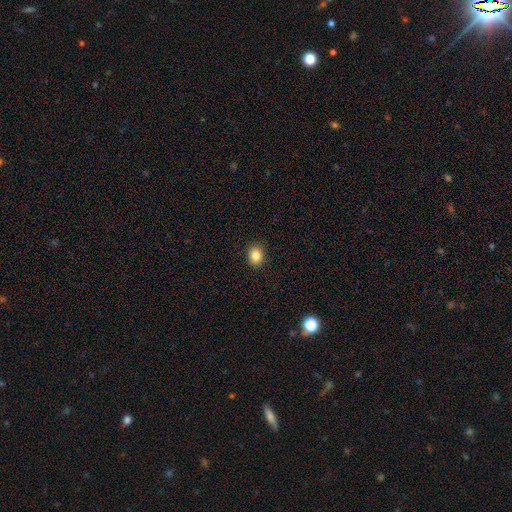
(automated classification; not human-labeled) A smooth galaxy with no disk features (86%) that is round (56%).

Vote fractions:
- Smooth or featured? smooth: 86% / star or artifact: 10% / featured or disk: 5%
- How rounded? round: 56% / in between: 43% / cigar-shaped: 1%
- Merging? none: 90% / minor disturbance: 7% / major disturbance: 2% / merger: 1%